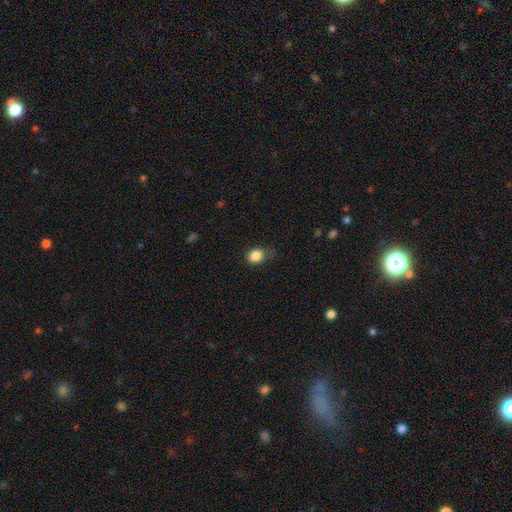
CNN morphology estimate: The model was most divided on "how rounded": round: 64%, in between: 35%, cigar-shaped: 1%. More confident: smooth or featured — smooth (86%); merging — none (66%).